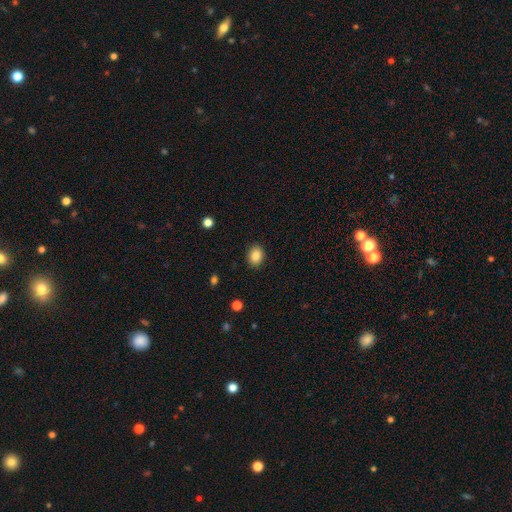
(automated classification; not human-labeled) Overall: smooth (86%). How rounded: in between (55%; round 44%). Merging: none (89%).